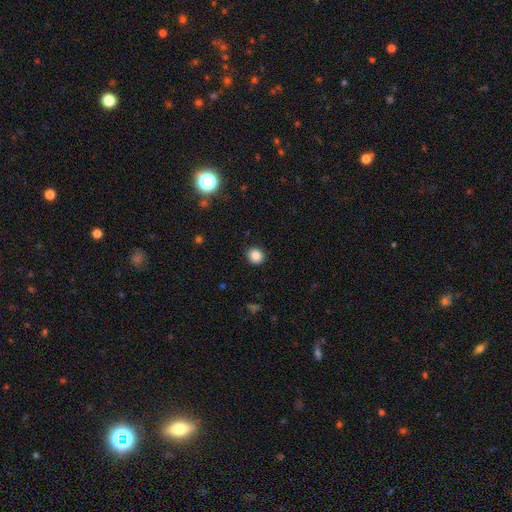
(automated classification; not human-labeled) Smooth or featured? smooth (86%)
How rounded? round (82%)
Merging? none (90%)